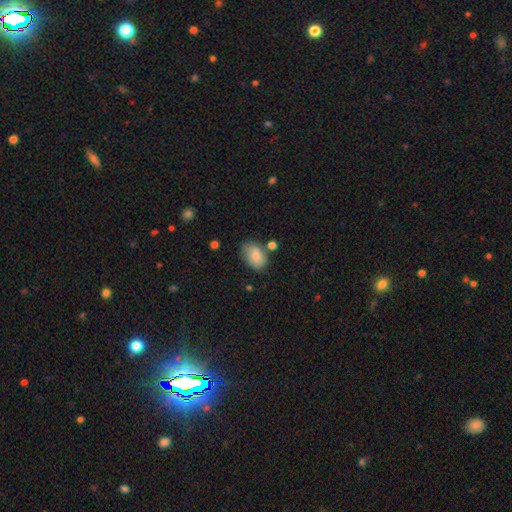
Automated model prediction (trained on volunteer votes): Smooth or featured?
  - smooth: 85% *
  - featured or disk: 8%
  - star or artifact: 7%
How rounded?
  - in between: 89% *
  - round: 9%
  - cigar-shaped: 1%
Merging?
  - none: 71% *
  - minor disturbance: 18%
  - merger: 6%
  - major disturbance: 4%